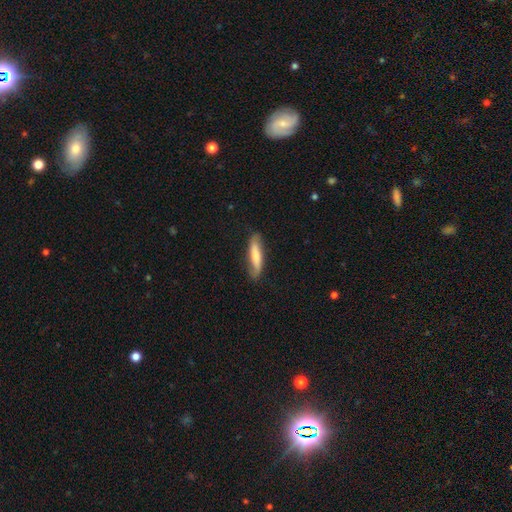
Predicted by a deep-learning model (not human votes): Smooth or featured: smooth — 64% (featured or disk — 31%)
How rounded: cigar-shaped — 74% (in between — 24%)
Merging: none — 77% (minor disturbance — 18%)